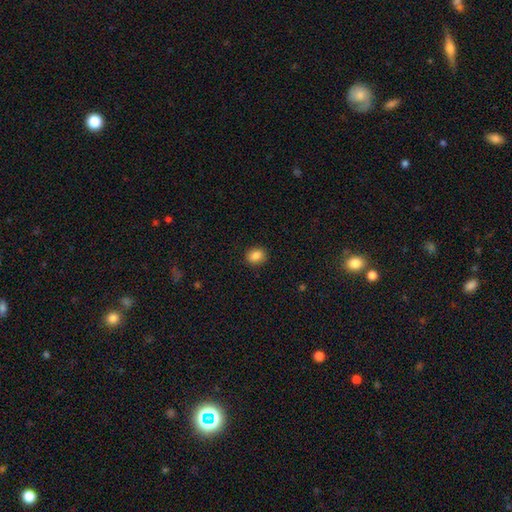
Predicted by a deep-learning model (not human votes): The model was most divided on "how rounded": round: 62%, in between: 37%, cigar-shaped: 1%. More confident: merging — none (89%); smooth or featured — smooth (85%).